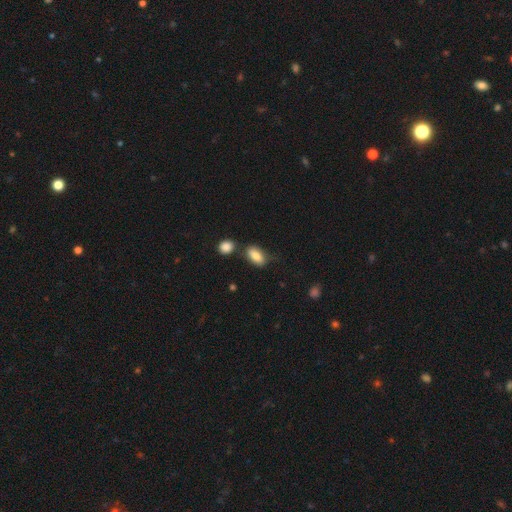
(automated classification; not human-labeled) smooth-or-featured: smooth: 83% | featured or disk: 9% | star or artifact: 7%
  how-rounded: in between: 88% | cigar-shaped: 7% | round: 5%
  merging: none: 62% | minor disturbance: 20% | merger: 12% | major disturbance: 6%